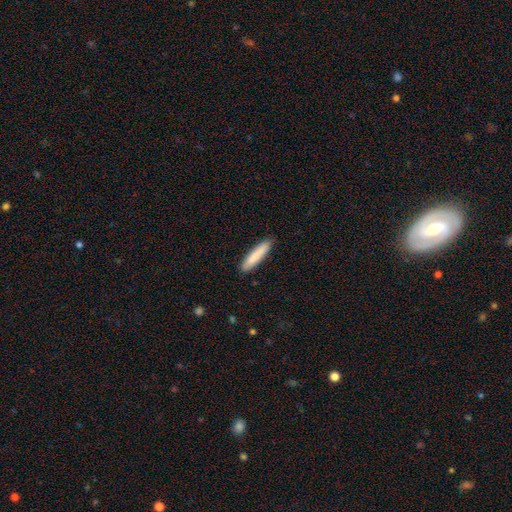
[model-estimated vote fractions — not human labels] Smooth or featured: smooth — 84% (featured or disk — 10%)
How rounded: cigar-shaped — 88% (in between — 10%)
Merging: none — 89% (minor disturbance — 8%)